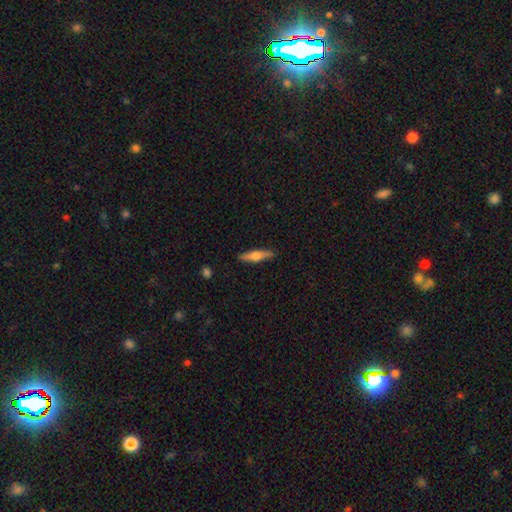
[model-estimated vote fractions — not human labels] Smooth or featured? smooth (47%, tied with featured or disk)
Merging? none (88%)